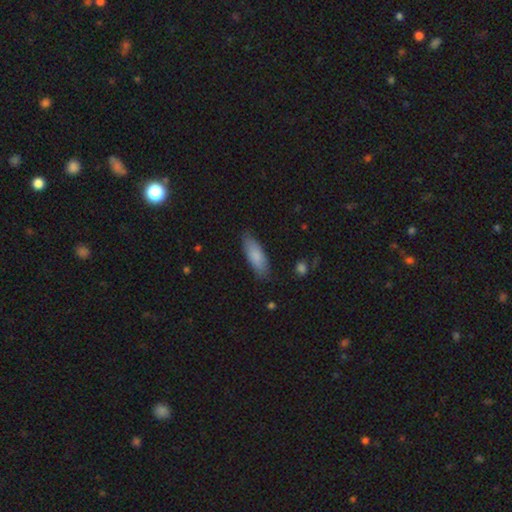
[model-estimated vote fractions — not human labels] A smooth galaxy with no disk features (85%) that is in between round and cigar-shaped (64%).

Vote fractions:
- Smooth or featured? smooth: 85% / featured or disk: 10% / star or artifact: 6%
- How rounded? in between: 64% / cigar-shaped: 34% / round: 2%
- Merging? none: 83% / minor disturbance: 13% / major disturbance: 2% / merger: 1%